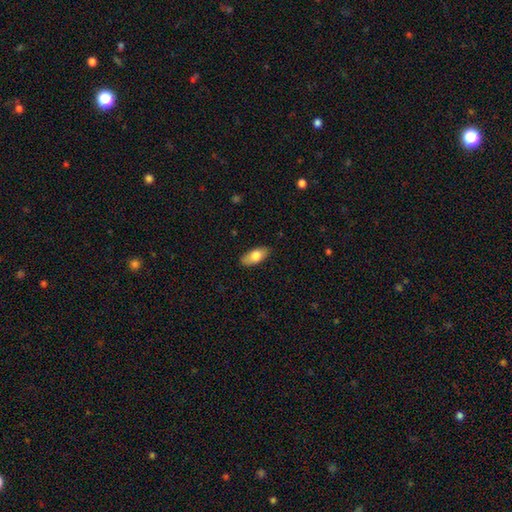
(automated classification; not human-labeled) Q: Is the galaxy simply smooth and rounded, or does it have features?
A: smooth — 77%.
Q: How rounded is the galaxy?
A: in between — 87%.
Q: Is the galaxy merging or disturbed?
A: none — 86%.